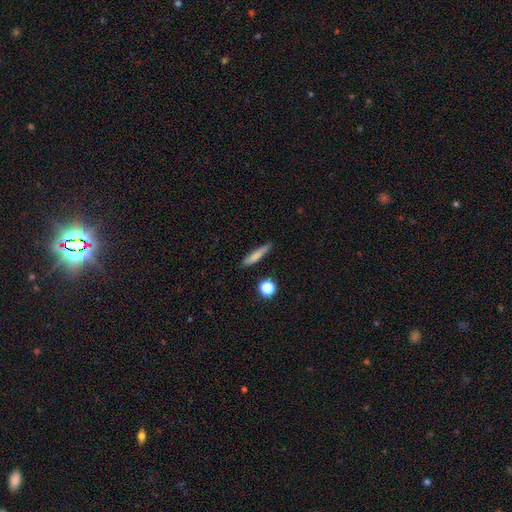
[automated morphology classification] smooth_or_featured: smooth (p=0.75) [alt: featured or disk p=0.16]
how_rounded: cigar-shaped (p=0.86) [alt: in between p=0.11]
merging: none (p=0.80) [alt: minor disturbance p=0.15]